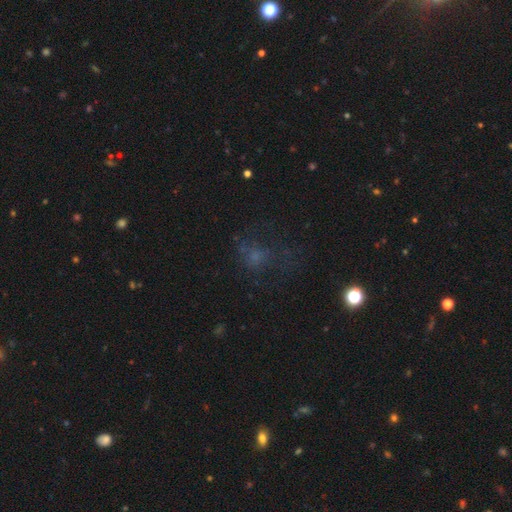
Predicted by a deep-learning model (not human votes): Smooth or featured? smooth (46%)
Merging? none (49%)